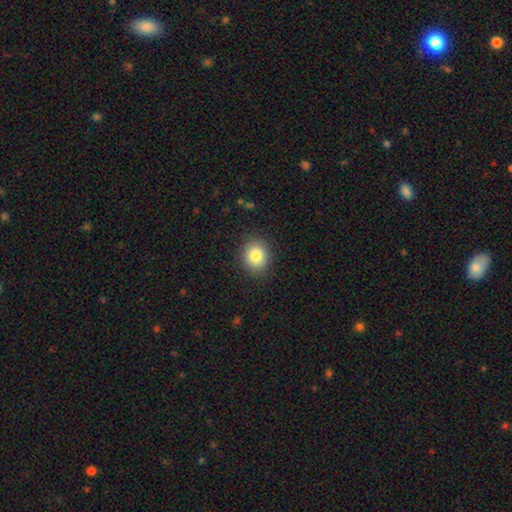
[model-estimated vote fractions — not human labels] smooth-or-featured: smooth: 84% | star or artifact: 9% | featured or disk: 7%
  how-rounded: round: 70% | in between: 30% | cigar-shaped: 1%
  merging: none: 88% | minor disturbance: 8% | major disturbance: 3% | merger: 1%